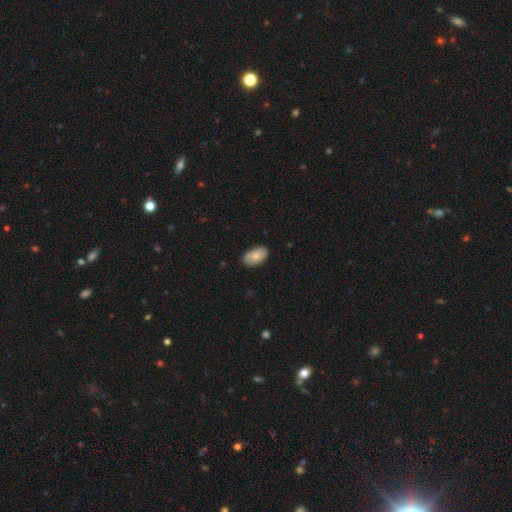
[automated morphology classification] Smooth or featured: smooth — 77% (featured or disk — 16%)
How rounded: in between — 94% (round — 5%)
Merging: none — 82% (minor disturbance — 15%)